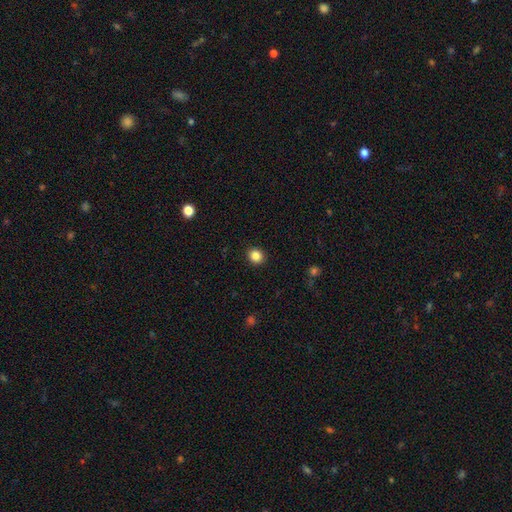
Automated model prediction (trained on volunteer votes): Overall: smooth (85%). How rounded: round (82%). Merging: none (92%).